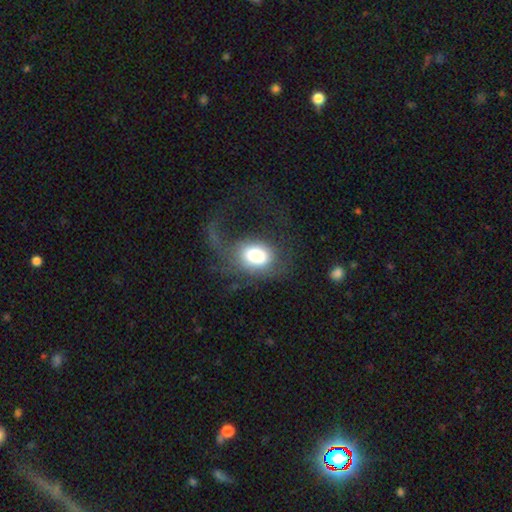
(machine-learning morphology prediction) Q: Smooth or featured?
A: smooth (56%); runner-up: featured or disk (33%)
Q: How rounded?
A: in between (73%); runner-up: round (26%)
Q: Merging?
A: major disturbance (44%); runner-up: none (35%)